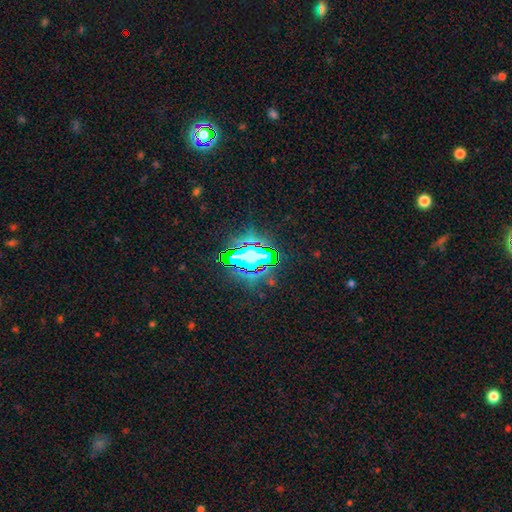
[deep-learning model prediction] The model was most divided on "smooth or featured": star or artifact: 75%, smooth: 13%, featured or disk: 12%.